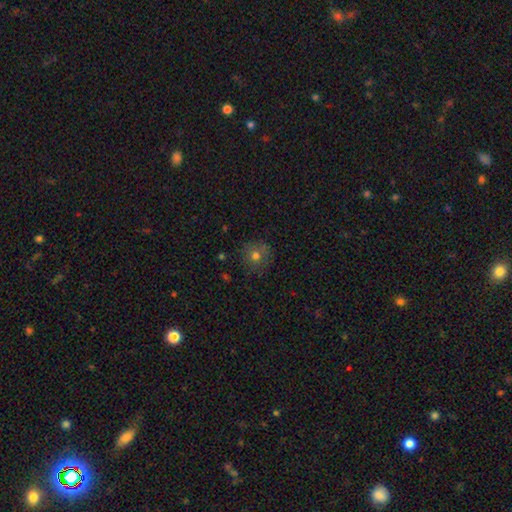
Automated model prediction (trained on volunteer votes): Smooth or featured: smooth — 73% (star or artifact — 15%)
How rounded: round — 92% (in between — 7%)
Merging: none — 80% (minor disturbance — 14%)